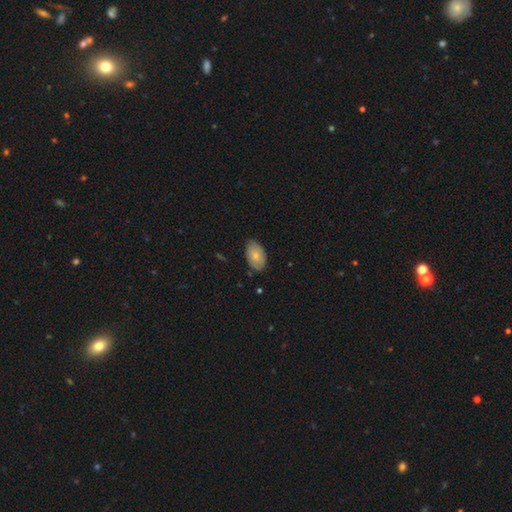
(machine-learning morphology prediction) Q: Smooth or featured?
A: smooth (78%); runner-up: featured or disk (15%)
Q: How rounded?
A: in between (92%); runner-up: round (6%)
Q: Merging?
A: none (78%); runner-up: minor disturbance (18%)